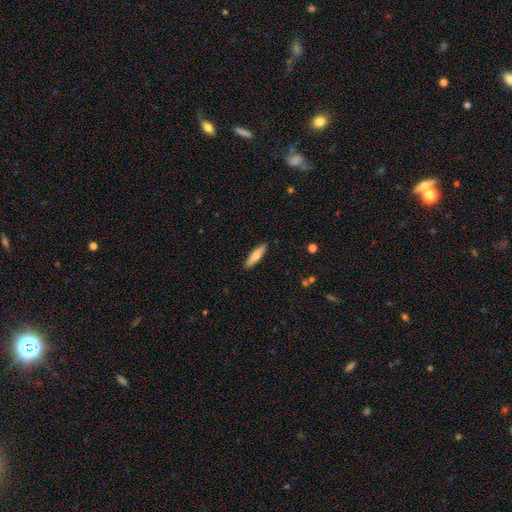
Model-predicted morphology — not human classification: Smooth or featured? Predicted: smooth (p=0.71). How rounded? Predicted: cigar-shaped (p=0.72). Merging? Predicted: none (p=0.90).